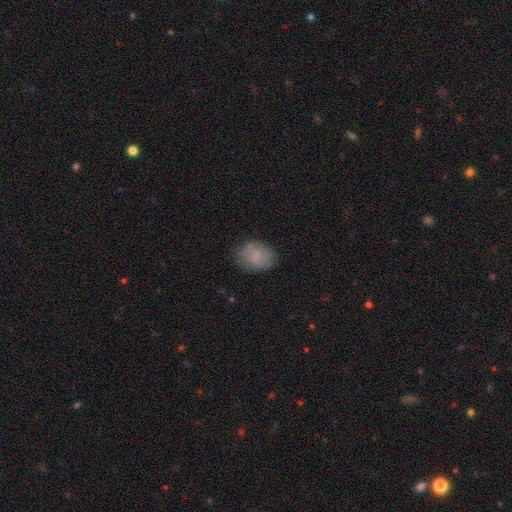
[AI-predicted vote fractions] This appears to be a smooth galaxy with no disk features (77%) that is in between round and cigar-shaped (69%). Merging: none (77%).